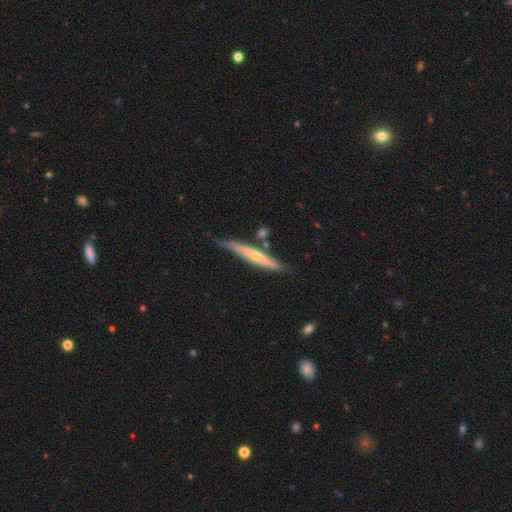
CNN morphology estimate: A featured or disk galaxy (57%) viewed edge-on (91%) with a rounded central bulge (66%).

Vote fractions:
- Smooth or featured? featured or disk: 57% / smooth: 37% / star or artifact: 6%
- Edge-on disk? yes: 91% / no: 9%
- Edge-on bulge? rounded: 66% / none: 29% / boxy: 4%
- Merging? none: 71% / minor disturbance: 18% / merger: 8% / major disturbance: 4%